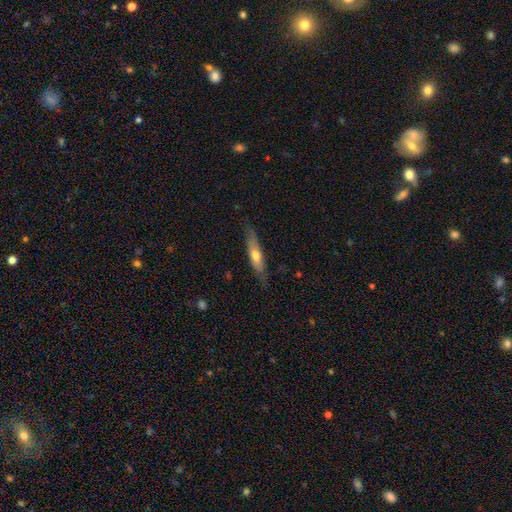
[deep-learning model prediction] smooth_or_featured: smooth (p=0.51) [alt: featured or disk p=0.43]
how_rounded: cigar-shaped (p=0.74) [alt: in between p=0.24]
merging: none (p=0.76) [alt: minor disturbance p=0.19]